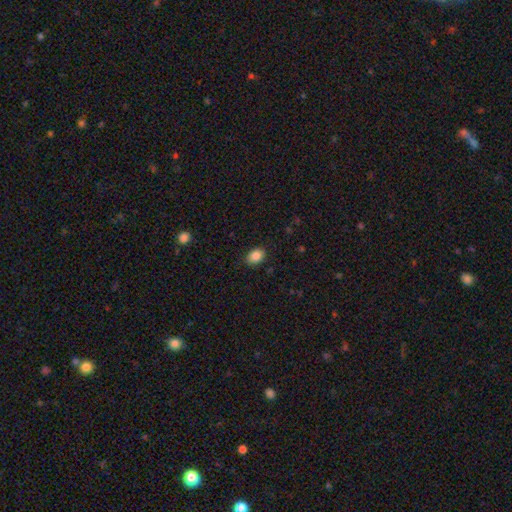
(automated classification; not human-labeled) Morphology: type=smooth (87%); roundness=in between (74%); merging=none (85%).